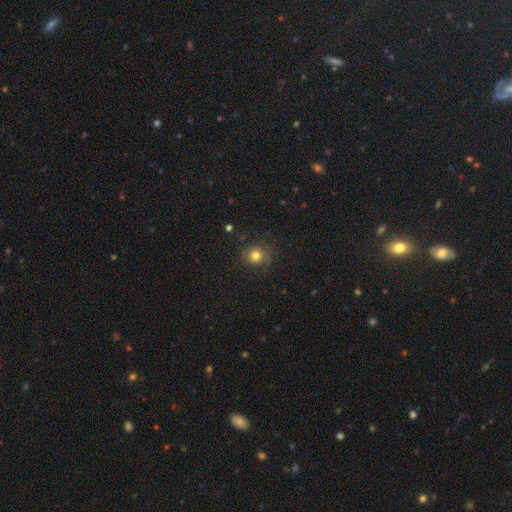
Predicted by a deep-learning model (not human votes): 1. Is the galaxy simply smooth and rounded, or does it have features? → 77% smooth, 14% star or artifact, 9% featured or disk.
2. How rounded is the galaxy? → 81% round, 18% in between, 1% cigar-shaped.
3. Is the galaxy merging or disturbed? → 81% none, 14% minor disturbance, 5% major disturbance, 1% merger.